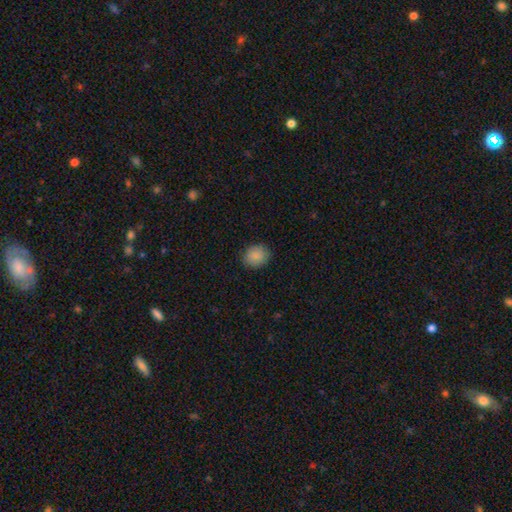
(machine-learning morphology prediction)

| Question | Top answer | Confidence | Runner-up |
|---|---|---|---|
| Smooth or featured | smooth | 88% | star or artifact (8%) |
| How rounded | round | 72% | in between (28%) |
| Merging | none | 87% | minor disturbance (10%) |